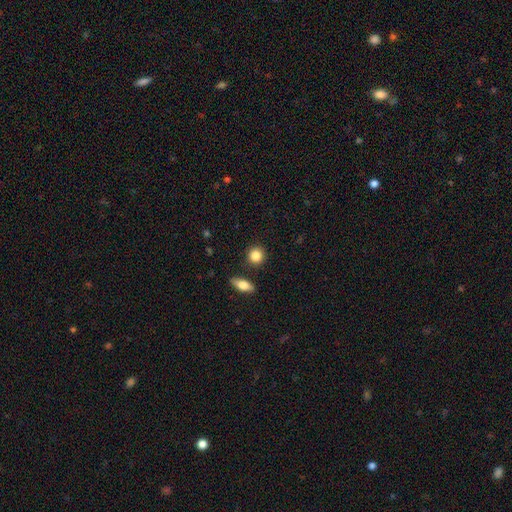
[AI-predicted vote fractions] A smooth galaxy with no disk features (86%) that is round (88%). Merging: none (88%).